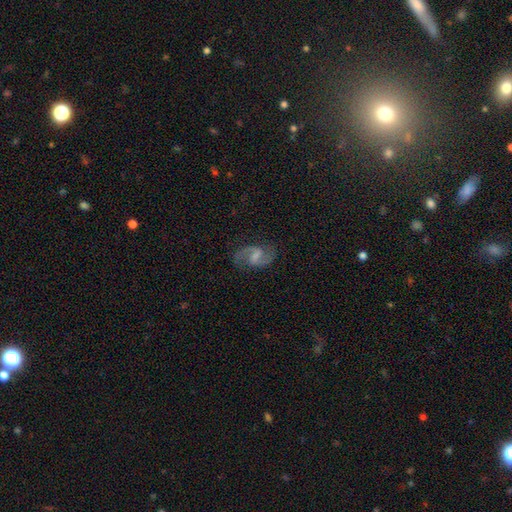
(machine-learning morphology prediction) Smooth or featured: featured or disk — 87% (smooth — 8%)
Edge-on disk: no — 98% (yes — 2%)
Bar: weak — 56% (strong — 29%)
Spiral arms: yes — 96% (no — 4%)
Spiral winding: medium — 50% (loose — 41%)
Spiral arm count: 2 — 93% (can't tell — 2%)
Bulge size: none — 40% (small — 31%)
Merging: none — 80% (minor disturbance — 13%)